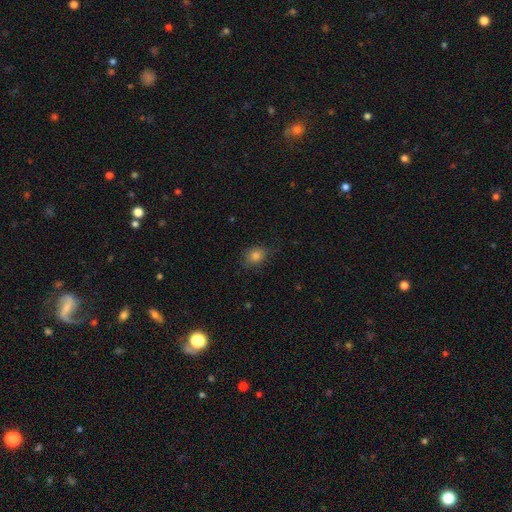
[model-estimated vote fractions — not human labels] Morphology: type=smooth (81%); roundness=in between (52%); merging=none (73%).